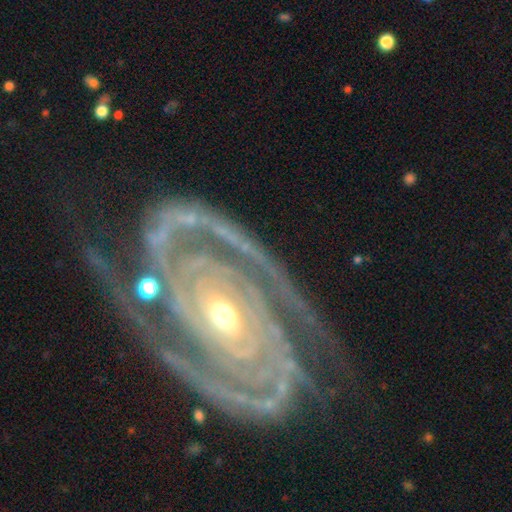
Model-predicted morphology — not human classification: featured or disk 93%, star or artifact 4%, smooth 3%. Down the decision tree: edge-on disk — no (97%); bar — no (54%); spiral arms — yes (98%); spiral arm count — 2 (67%); spiral winding — tight (77%); bulge size — small (50%); merging — none (70%).